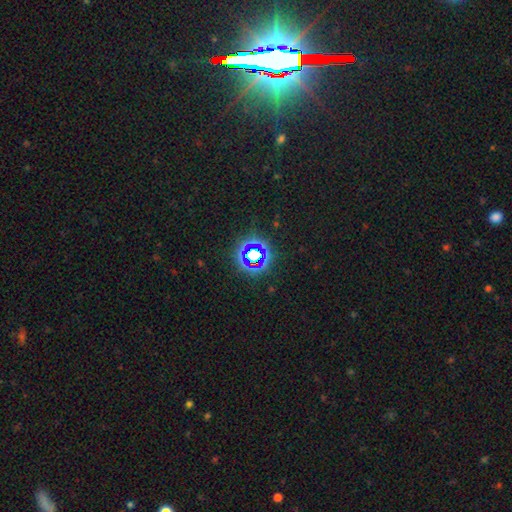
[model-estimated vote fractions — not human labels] Smooth or featured? Predicted: star or artifact (p=0.66).